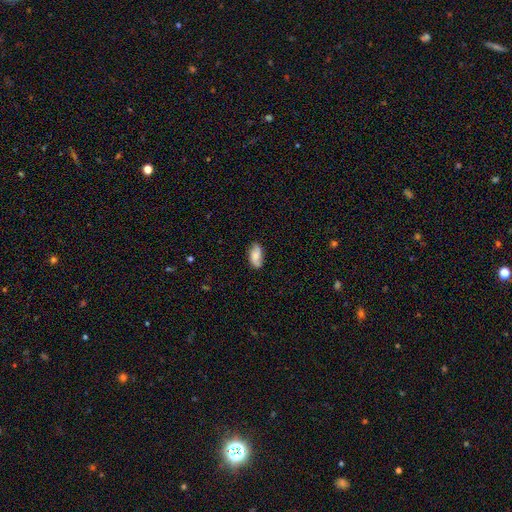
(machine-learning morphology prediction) A smooth galaxy with no disk features (61%) that is in between round and cigar-shaped (91%). Merging: none (76%).